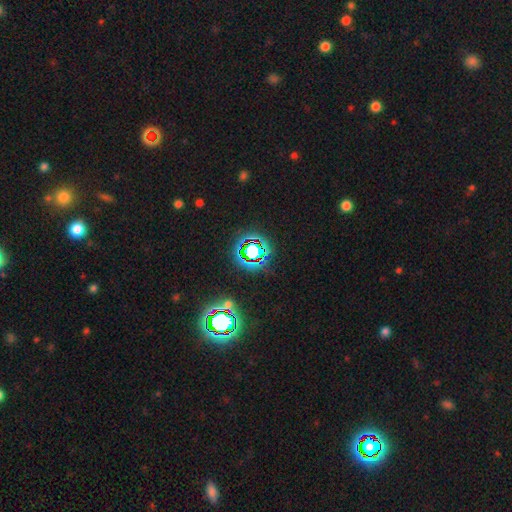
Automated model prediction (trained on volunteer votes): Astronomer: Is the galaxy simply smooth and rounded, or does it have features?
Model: star or artifact — 78%.